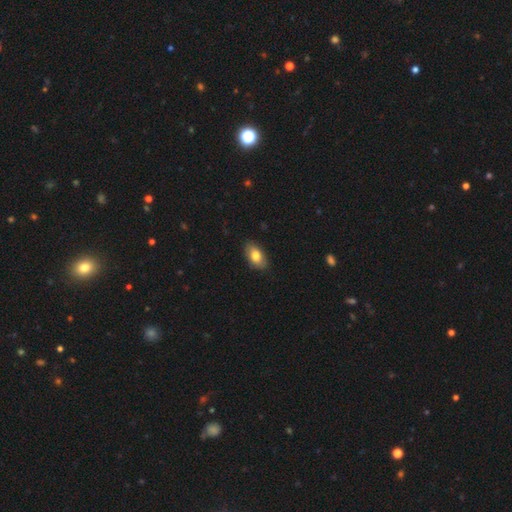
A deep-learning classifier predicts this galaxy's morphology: The model was most divided on "smooth or featured": smooth: 81%, featured or disk: 13%, star or artifact: 7%. More confident: how rounded — in between (92%); merging — none (86%).